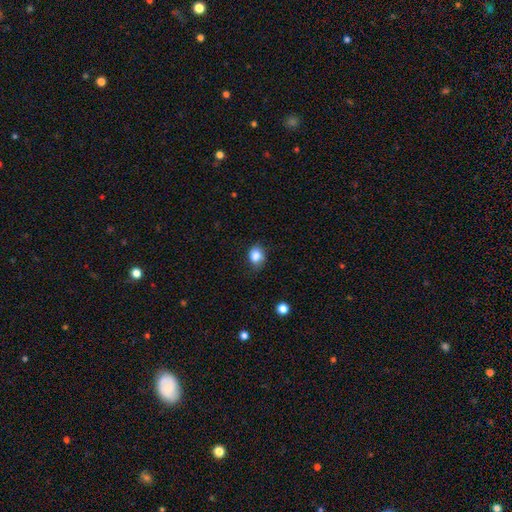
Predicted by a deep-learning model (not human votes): A smooth galaxy with no disk features (84%) that is round (57%).

Vote fractions:
- Smooth or featured? smooth: 84% / star or artifact: 10% / featured or disk: 6%
- How rounded? round: 57% / in between: 42% / cigar-shaped: 1%
- Merging? none: 67% / minor disturbance: 26% / major disturbance: 6% / merger: 2%